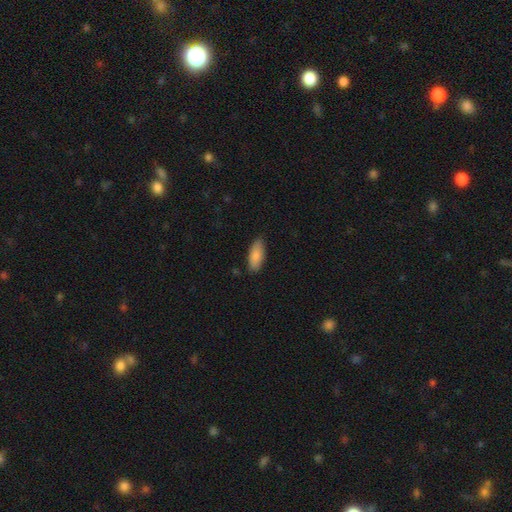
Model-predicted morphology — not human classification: A smooth galaxy with no disk features (85%) that is in between round and cigar-shaped (81%).

Vote fractions:
- Smooth or featured? smooth: 85% / featured or disk: 9% / star or artifact: 6%
- How rounded? in between: 81% / cigar-shaped: 17% / round: 2%
- Merging? none: 83% / minor disturbance: 13% / major disturbance: 2% / merger: 1%